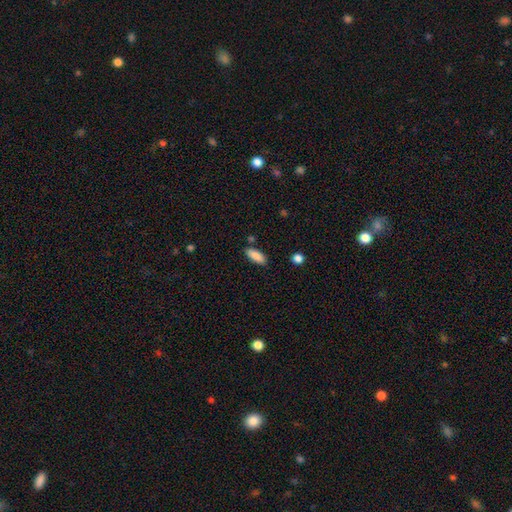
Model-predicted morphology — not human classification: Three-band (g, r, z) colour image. It shows a smooth galaxy with no disk features (88%) that is in between round and cigar-shaped (75%). Merging: none (82%).